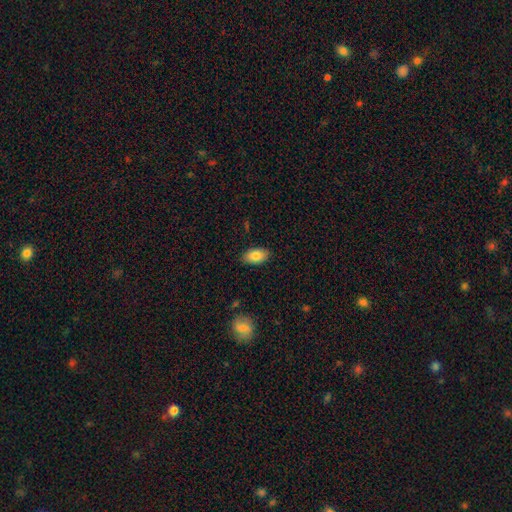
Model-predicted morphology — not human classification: Smooth or featured?
  - smooth: 83% *
  - featured or disk: 10%
  - star or artifact: 7%
How rounded?
  - in between: 93% *
  - round: 5%
  - cigar-shaped: 2%
Merging?
  - none: 87% *
  - minor disturbance: 10%
  - major disturbance: 2%
  - merger: 1%